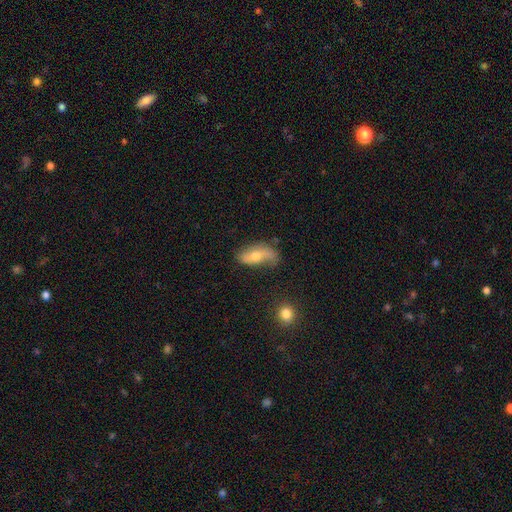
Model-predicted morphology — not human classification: Smooth or featured?
  - featured or disk: 49% *
  - smooth: 43%
  - star or artifact: 8%
Merging?
  - none: 55% *
  - minor disturbance: 29%
  - major disturbance: 12%
  - merger: 3%